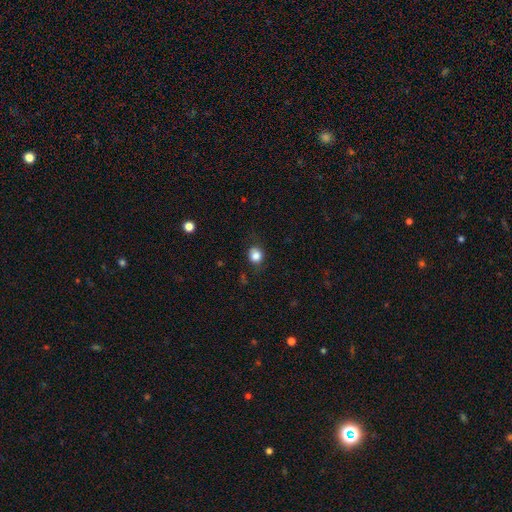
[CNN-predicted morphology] A smooth galaxy with no disk features (83%) that is round (74%). Merging: none (76%).